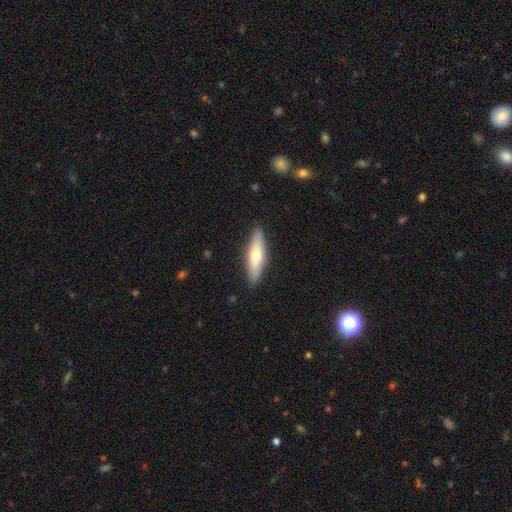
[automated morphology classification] Overall: smooth (56%; featured or disk 39%). How rounded: cigar-shaped (64%; in between 34%). Merging: none (88%).